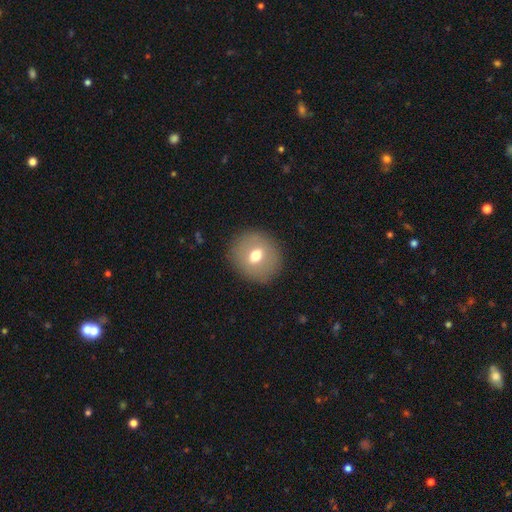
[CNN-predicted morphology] smooth-or-featured: smooth: 64% | featured or disk: 27% | star or artifact: 9%
  how-rounded: round: 80% | in between: 19% | cigar-shaped: 1%
  merging: none: 88% | minor disturbance: 7% | major disturbance: 3% | merger: 1%